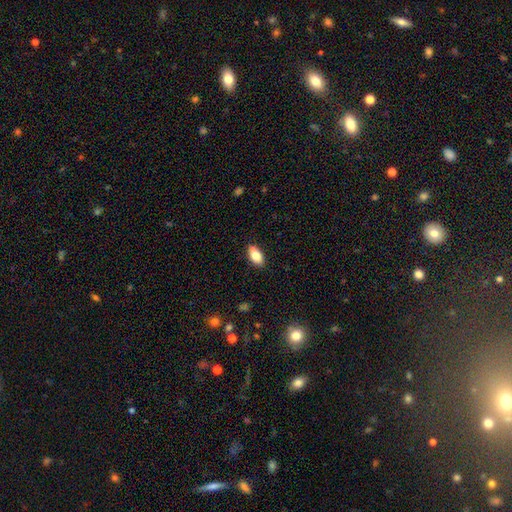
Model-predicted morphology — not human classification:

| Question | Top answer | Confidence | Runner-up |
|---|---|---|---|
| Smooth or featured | smooth | 80% | featured or disk (13%) |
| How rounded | in between | 90% | cigar-shaped (6%) |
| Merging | none | 87% | minor disturbance (10%) |